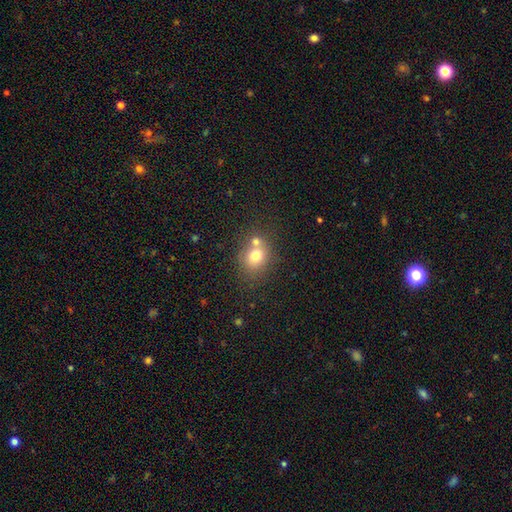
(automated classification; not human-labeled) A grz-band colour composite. It shows a smooth galaxy with no disk features (73%) that is round (67%). Merging: none (48%).